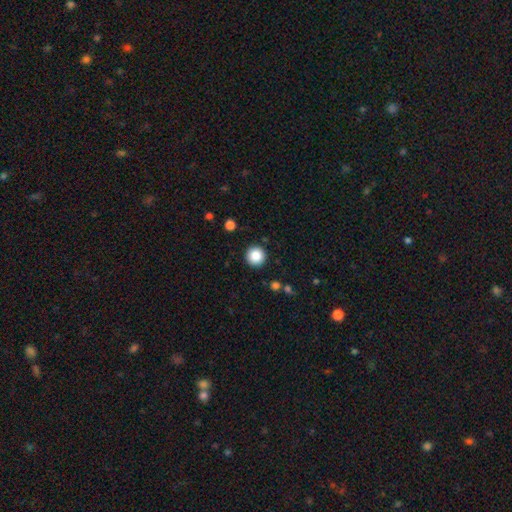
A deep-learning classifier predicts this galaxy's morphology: A smooth galaxy with no disk features (87%) that is round (96%). Merging: none (92%).